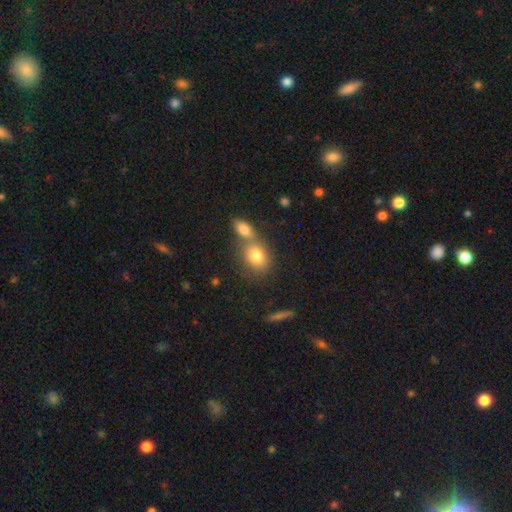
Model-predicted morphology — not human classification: Overall: smooth (79%). How rounded: in between (53%; round 45%). Merging: merger (45%; none 43%).